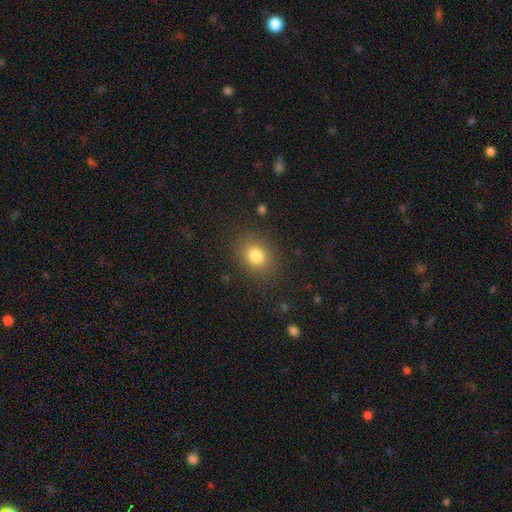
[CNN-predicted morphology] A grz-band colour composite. It shows a smooth galaxy with no disk features (81%) that is round (55%). Merging: none (84%).